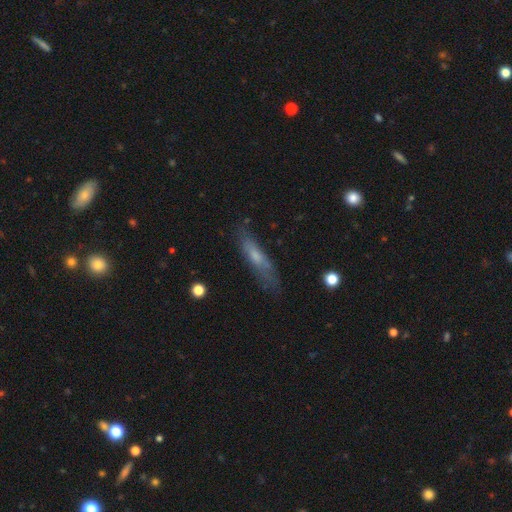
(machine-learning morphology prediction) type=smooth (51%); roundness=cigar-shaped (77%); merging=none (67%).